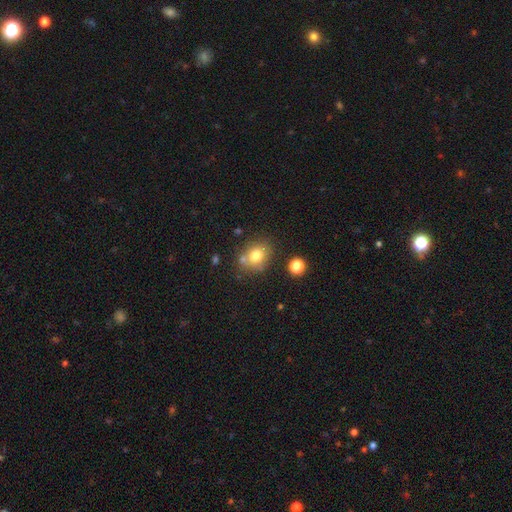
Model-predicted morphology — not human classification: This is likely a smooth galaxy (75%). How rounded: possibly round (57%). Merging: likely none (67%).